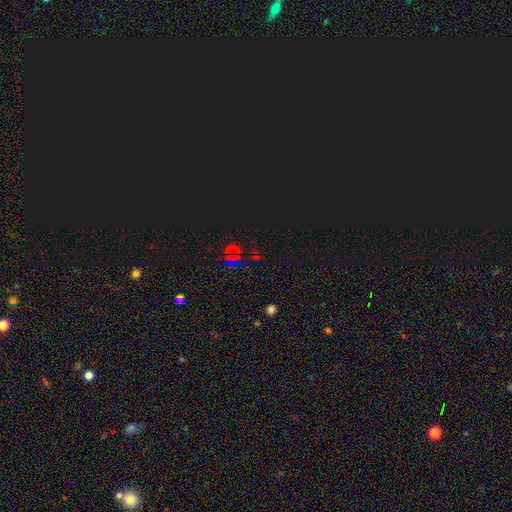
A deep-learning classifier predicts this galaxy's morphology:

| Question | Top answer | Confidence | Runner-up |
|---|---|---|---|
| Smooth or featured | star or artifact | 70% | smooth (23%) |